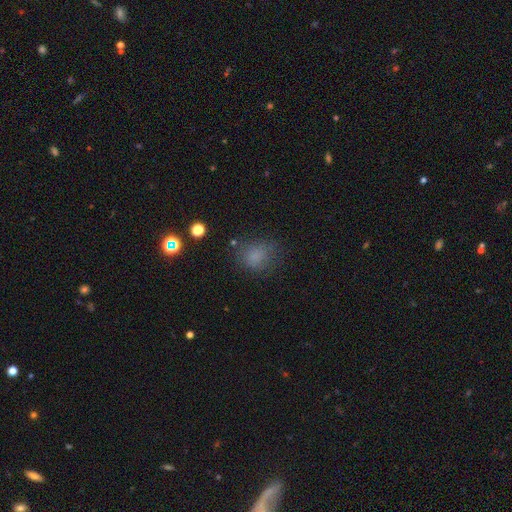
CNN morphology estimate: Q: Smooth or featured?
A: smooth (74%); runner-up: star or artifact (17%)
Q: How rounded?
A: round (62%); runner-up: in between (36%)
Q: Merging?
A: none (66%); runner-up: minor disturbance (20%)